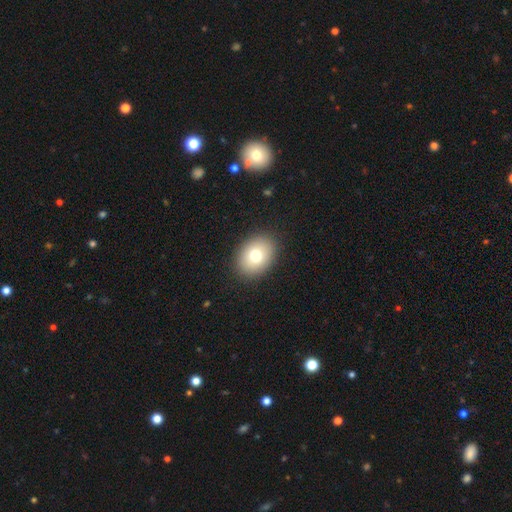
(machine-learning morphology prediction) A smooth galaxy with no disk features (76%) that is in between round and cigar-shaped (68%). Merging: none (89%).